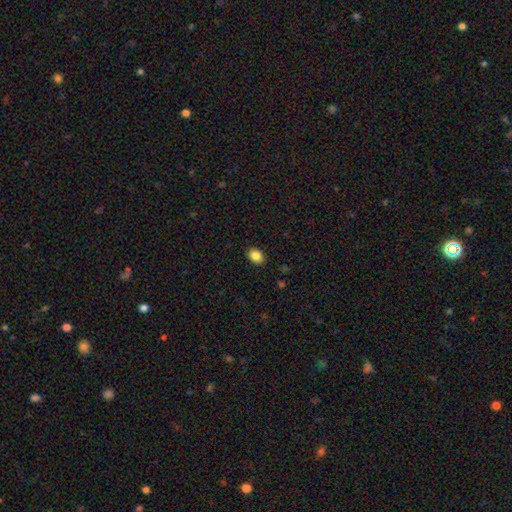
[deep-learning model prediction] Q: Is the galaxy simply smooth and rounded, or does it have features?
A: smooth — 86%.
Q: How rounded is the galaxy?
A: in between — 57%.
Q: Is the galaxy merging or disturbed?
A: none — 89%.